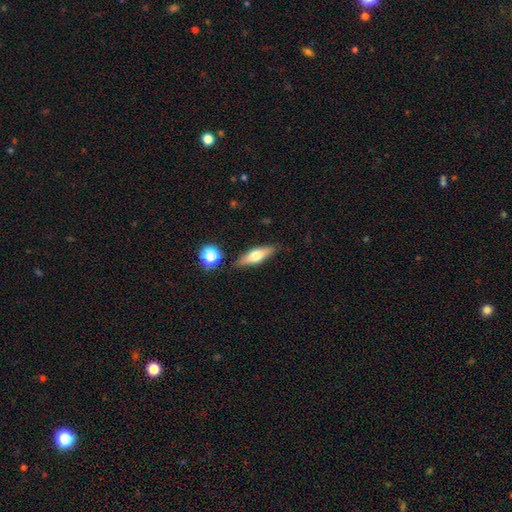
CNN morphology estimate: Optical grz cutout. It shows a smooth galaxy with no disk features (50%). Merging: none (84%).